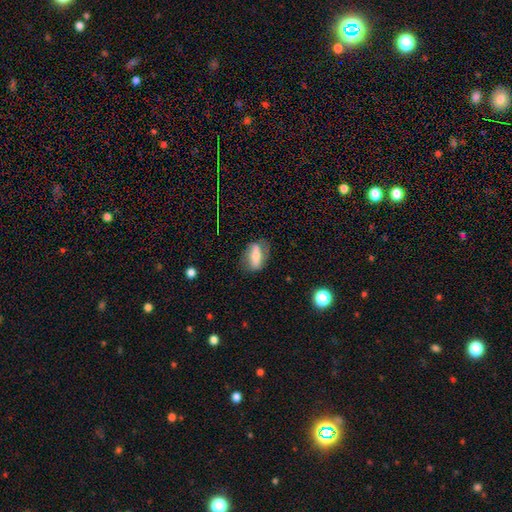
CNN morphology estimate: Q: Smooth or featured?
A: smooth (48%); runner-up: featured or disk (44%)
Q: Merging?
A: none (70%); runner-up: minor disturbance (19%)